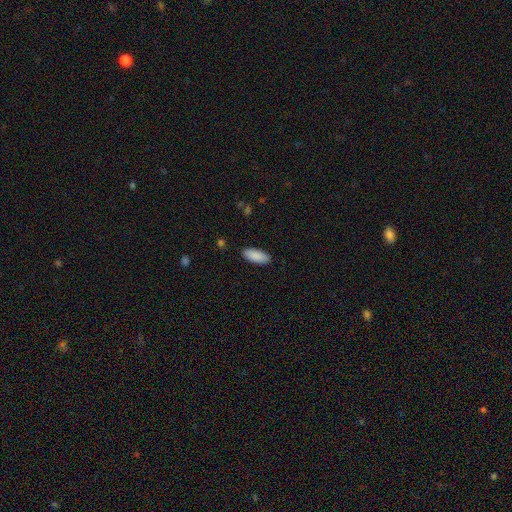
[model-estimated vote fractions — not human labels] Morphology: type=smooth (90%); roundness=in between (85%); merging=none (88%).